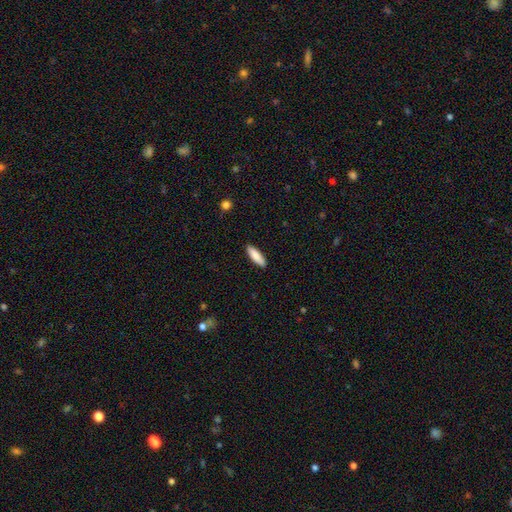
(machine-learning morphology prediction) A smooth galaxy with no disk features (85%) that is cigar-shaped (55%).

Vote fractions:
- Smooth or featured? smooth: 85% / featured or disk: 9% / star or artifact: 6%
- How rounded? cigar-shaped: 55% / in between: 44% / round: 2%
- Merging? none: 89% / minor disturbance: 8% / major disturbance: 2% / merger: 1%